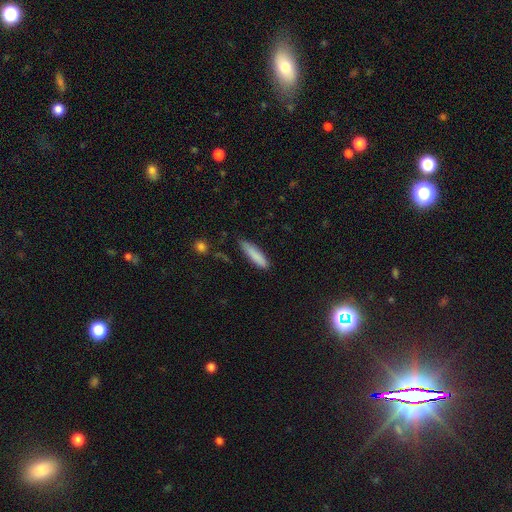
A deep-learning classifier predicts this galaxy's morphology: Q: Smooth or featured?
A: smooth (84%); runner-up: featured or disk (9%)
Q: How rounded?
A: cigar-shaped (77%); runner-up: in between (21%)
Q: Merging?
A: none (76%); runner-up: minor disturbance (18%)